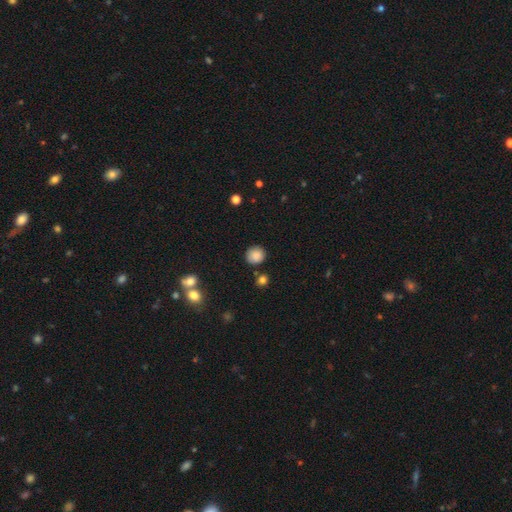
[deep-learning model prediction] smooth 86%, star or artifact 10%, featured or disk 5%. Down the decision tree: how rounded — round (89%); merging — none (84%).